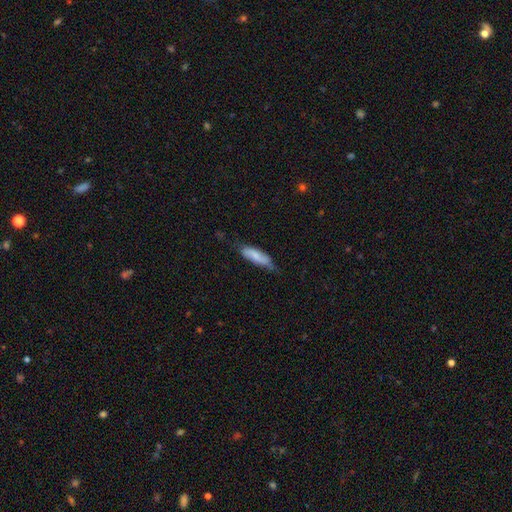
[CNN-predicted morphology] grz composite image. It shows a smooth galaxy with no disk features (71%) that is in between round and cigar-shaped (49%, tied with cigar-shaped). Merging: none (54%).